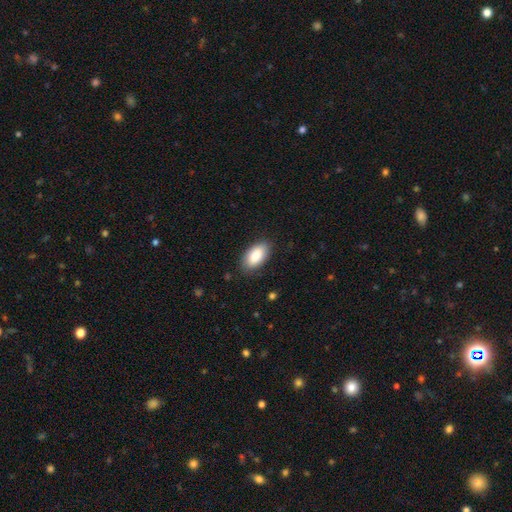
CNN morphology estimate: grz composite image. It shows a smooth galaxy with no disk features (88%) that is in between round and cigar-shaped (94%). Merging: none (85%).